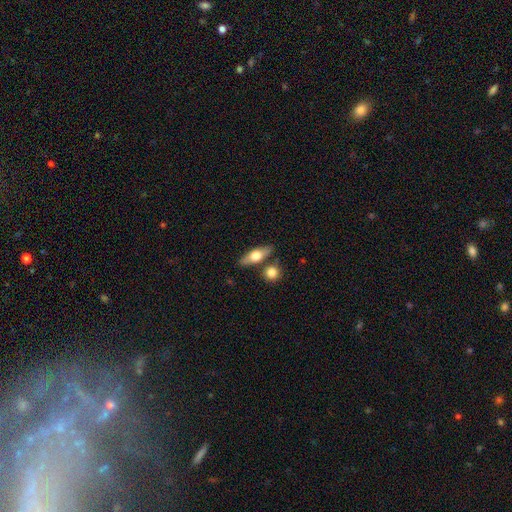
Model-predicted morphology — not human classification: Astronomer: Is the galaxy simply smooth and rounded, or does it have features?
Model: smooth — 50% (runner-up: featured or disk, 44%).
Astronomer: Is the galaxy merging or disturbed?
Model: none — 76%.